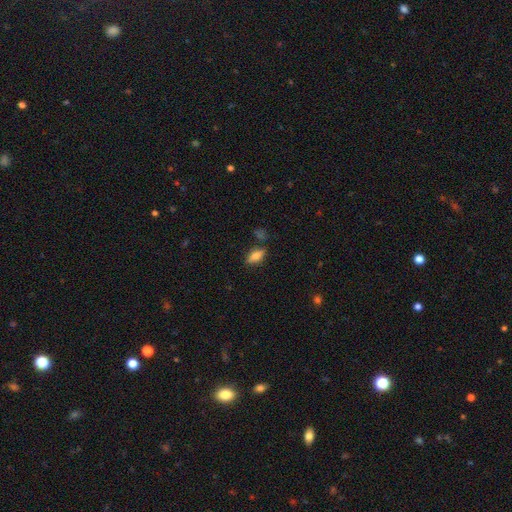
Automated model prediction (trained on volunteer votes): Morphology: type=smooth (75%); roundness=in between (79%); merging=none (76%).